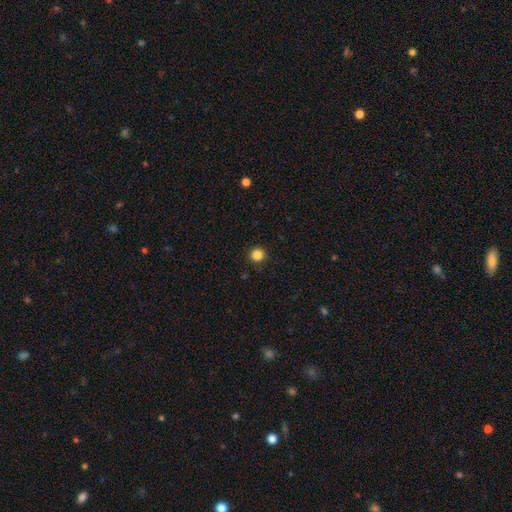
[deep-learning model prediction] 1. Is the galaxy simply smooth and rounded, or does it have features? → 85% smooth, 12% star or artifact, 3% featured or disk.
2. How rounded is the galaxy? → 95% round, 4% in between, 1% cigar-shaped.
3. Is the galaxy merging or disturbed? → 92% none, 6% minor disturbance, 2% major disturbance, 1% merger.